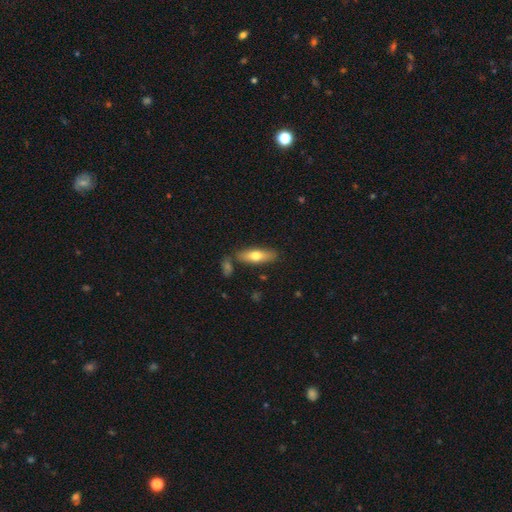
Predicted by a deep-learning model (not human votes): The model was most divided on "how rounded": in between: 50%, cigar-shaped: 47%, round: 3%. More confident: merging — none (80%); smooth or featured — smooth (63%).